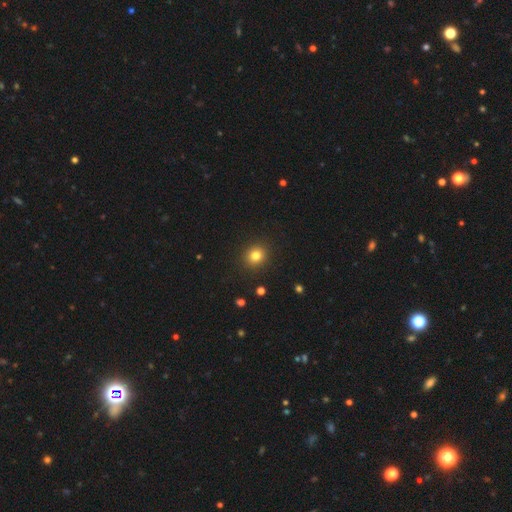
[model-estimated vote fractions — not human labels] smooth_or_featured: smooth (p=0.81) [alt: star or artifact p=0.13]
how_rounded: round (p=0.80) [alt: in between p=0.19]
merging: none (p=0.91) [alt: minor disturbance p=0.06]